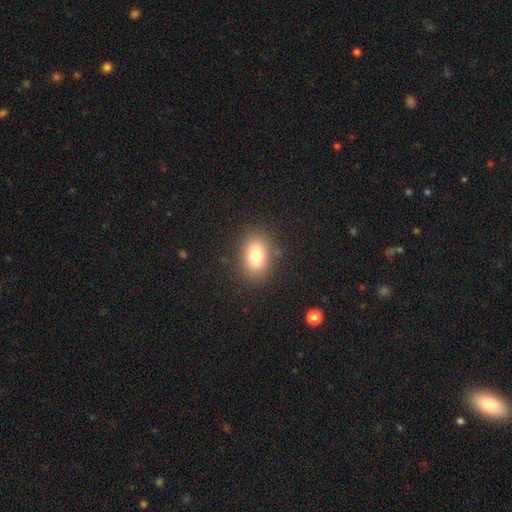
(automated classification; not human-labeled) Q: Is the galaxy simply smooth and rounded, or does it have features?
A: smooth — 76%.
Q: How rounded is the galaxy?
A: in between — 74%.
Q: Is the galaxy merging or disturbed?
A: none — 87%.